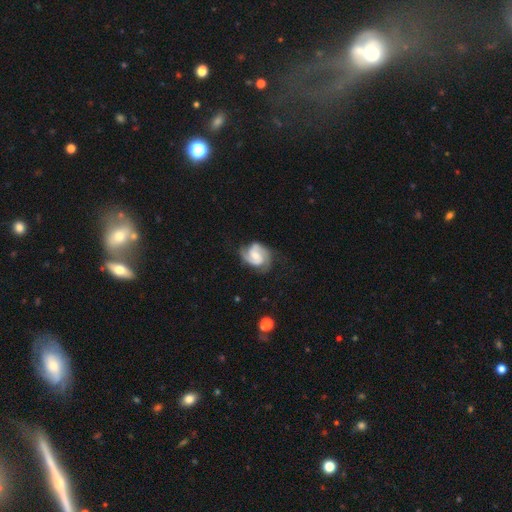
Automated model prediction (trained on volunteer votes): smooth-or-featured: featured or disk: 86% | smooth: 9% | star or artifact: 5%
  disk-edge-on: no: 98% | yes: 2%
    bar: weak: 48% | no: 37% | strong: 15%
    has-spiral-arms: yes: 97% | no: 3%
      spiral-winding: medium: 49% | tight: 39% | loose: 12%
      spiral-arm-count: 2: 78% | 3: 12% | can't tell: 5% | 1: 2% | 4: 2% | more than 4: 2%
    bulge-size: moderate: 45% | small: 40% | none: 8% | large: 6% | dominant: 1%
  merging: none: 71% | minor disturbance: 19% | major disturbance: 8% | merger: 1%